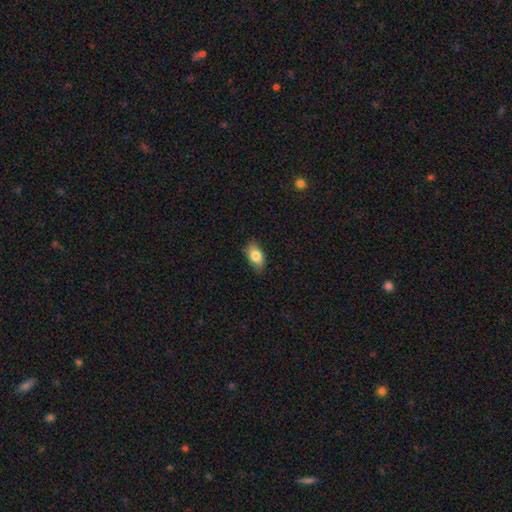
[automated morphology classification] Smooth or featured?
  - smooth: 80% *
  - featured or disk: 12%
  - star or artifact: 7%
How rounded?
  - in between: 88% *
  - round: 7%
  - cigar-shaped: 4%
Merging?
  - none: 81% *
  - minor disturbance: 16%
  - major disturbance: 3%
  - merger: 1%